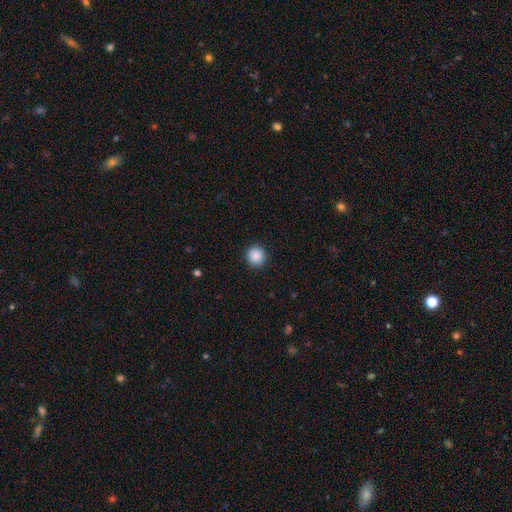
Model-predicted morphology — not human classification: Smooth or featured?
  - smooth: 89% *
  - star or artifact: 9%
  - featured or disk: 2%
How rounded?
  - round: 94% *
  - in between: 5%
  - cigar-shaped: 1%
Merging?
  - none: 92% *
  - minor disturbance: 5%
  - major disturbance: 2%
  - merger: 1%